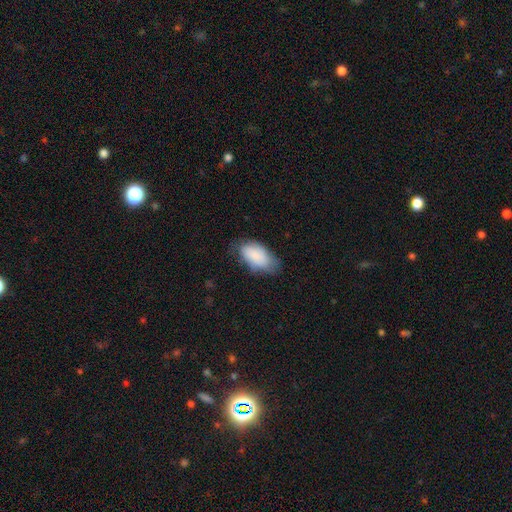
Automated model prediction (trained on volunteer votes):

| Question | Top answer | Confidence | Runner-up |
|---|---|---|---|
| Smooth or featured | smooth | 83% | featured or disk (11%) |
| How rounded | in between | 94% | round (3%) |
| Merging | none | 54% | minor disturbance (35%) |